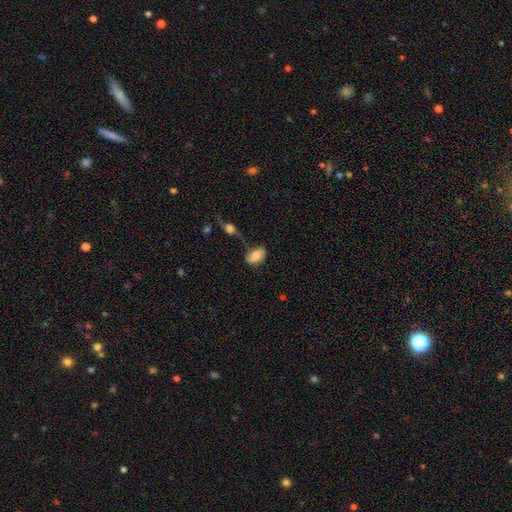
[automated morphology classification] This is likely a smooth galaxy (77%). How rounded: clearly in between (86%). Merging: possibly none (48%).